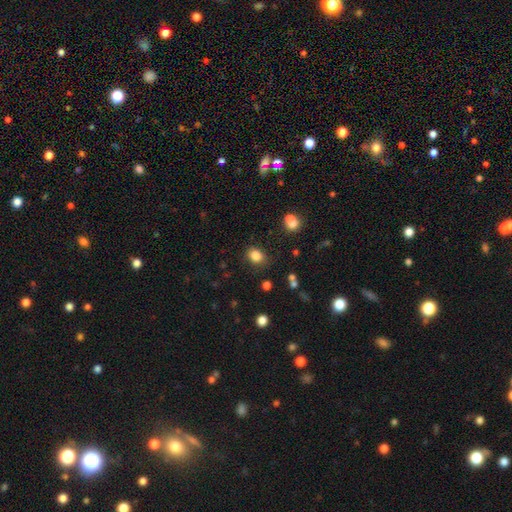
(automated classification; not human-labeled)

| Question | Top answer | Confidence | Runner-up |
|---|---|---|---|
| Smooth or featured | smooth | 83% | star or artifact (11%) |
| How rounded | in between | 53% | round (46%) |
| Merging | none | 81% | minor disturbance (12%) |